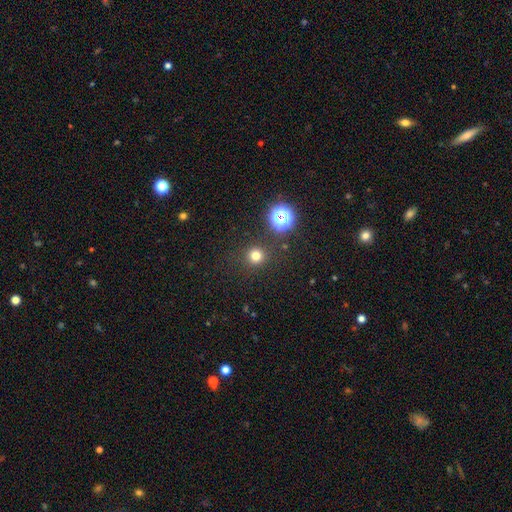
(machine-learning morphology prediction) This appears to be a smooth galaxy with no disk features (75%) that is round (94%). Merging: none (89%).